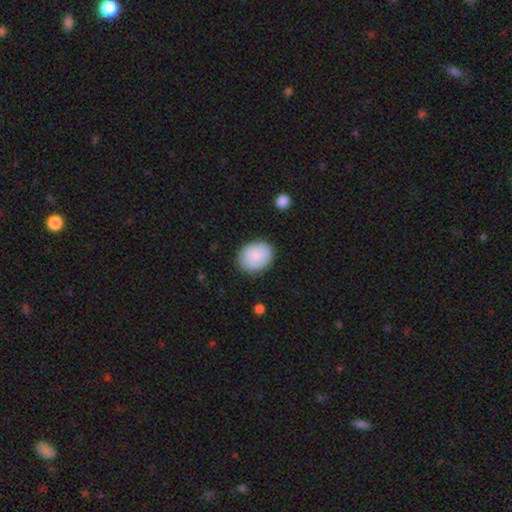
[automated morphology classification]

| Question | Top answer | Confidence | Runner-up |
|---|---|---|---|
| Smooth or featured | smooth | 82% | featured or disk (12%) |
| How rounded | in between | 53% | round (46%) |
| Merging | none | 83% | minor disturbance (12%) |